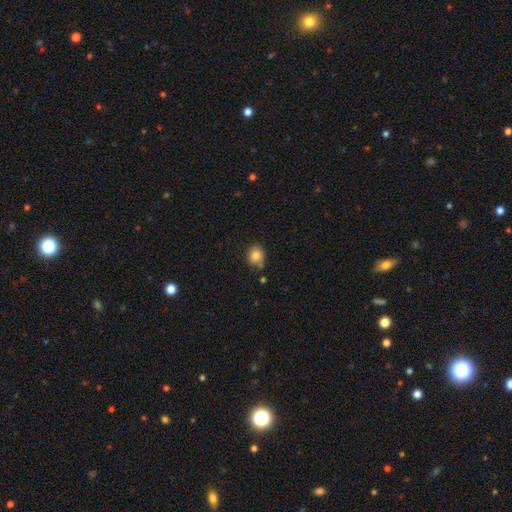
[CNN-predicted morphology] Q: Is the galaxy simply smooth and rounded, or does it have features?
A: smooth — 84%.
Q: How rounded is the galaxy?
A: round — 68%.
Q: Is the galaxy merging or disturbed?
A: none — 70%.